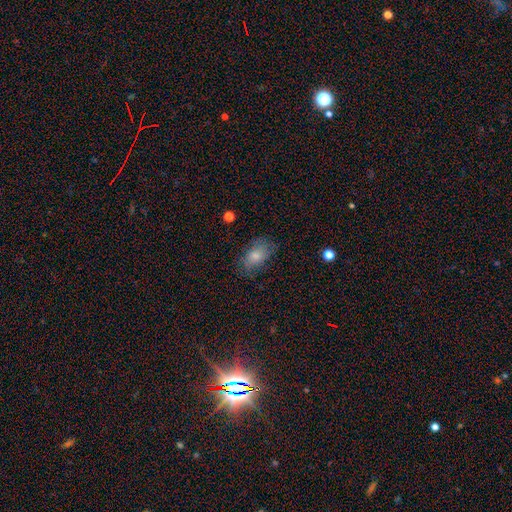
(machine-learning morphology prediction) Smooth or featured? smooth (78%)
How rounded? in between (88%)
Merging? none (71%)